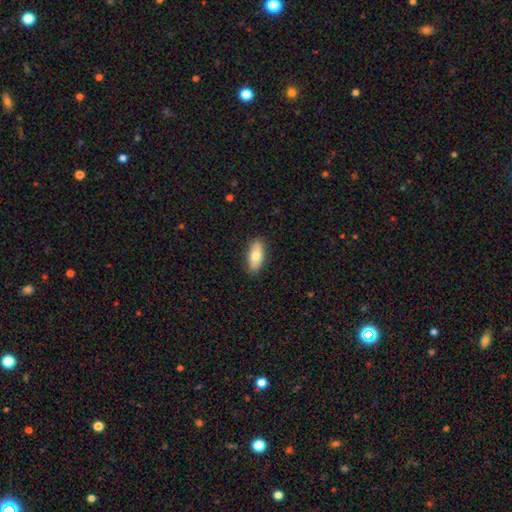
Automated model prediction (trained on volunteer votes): smooth-or-featured: smooth: 75% | featured or disk: 18% | star or artifact: 6%
  how-rounded: in between: 83% | cigar-shaped: 14% | round: 3%
  merging: none: 89% | minor disturbance: 9% | major disturbance: 2% | merger: 1%